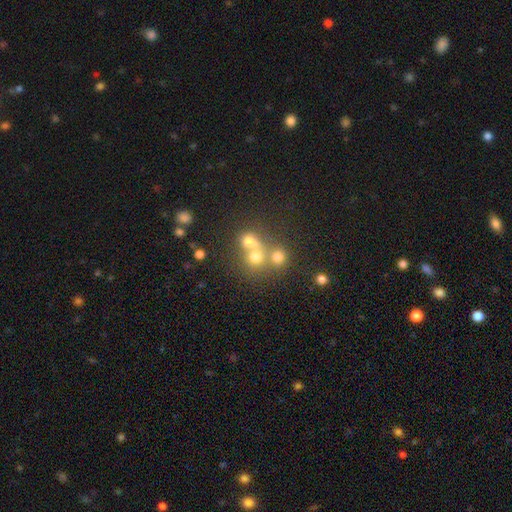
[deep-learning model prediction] This appears to be a smooth galaxy with no disk features (52%) that is round (78%). Merging: merger (54%).